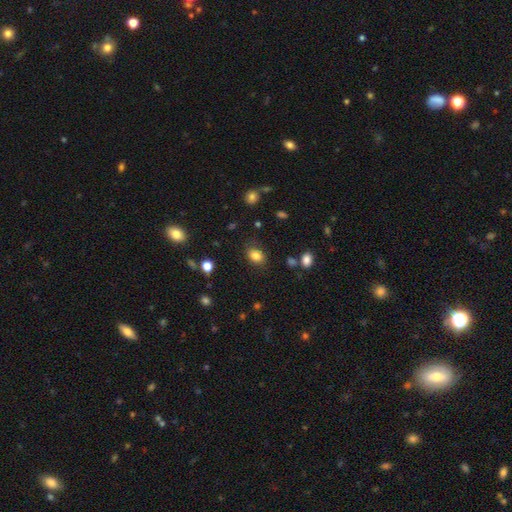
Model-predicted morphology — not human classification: Smooth or featured? Predicted: smooth (p=0.83). How rounded? Predicted: in between (p=0.67). Merging? Predicted: none (p=0.78).